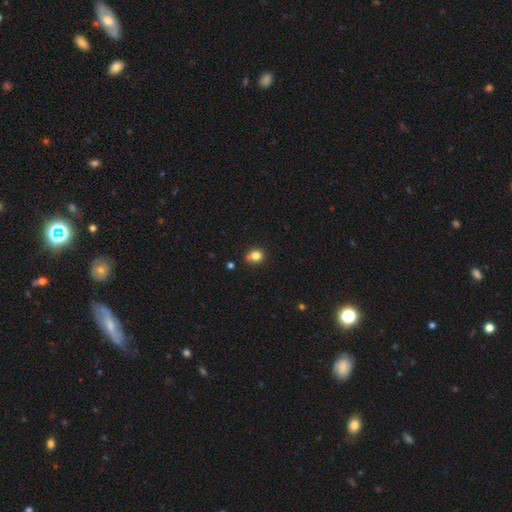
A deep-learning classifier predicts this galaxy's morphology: A smooth galaxy with no disk features (81%) that is round (61%).

Vote fractions:
- Smooth or featured? smooth: 81% / star or artifact: 12% / featured or disk: 7%
- How rounded? round: 61% / in between: 38% / cigar-shaped: 1%
- Merging? none: 73% / minor disturbance: 20% / major disturbance: 4% / merger: 3%